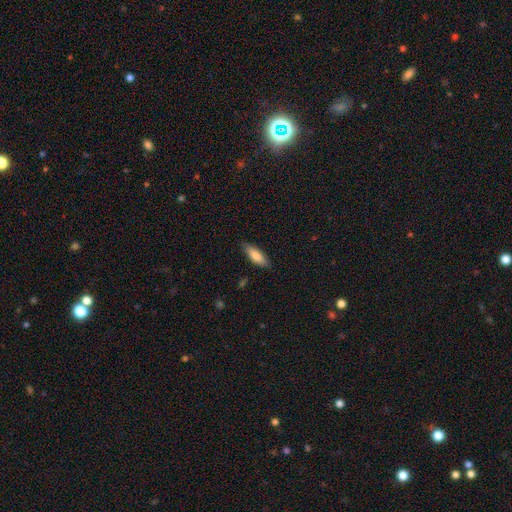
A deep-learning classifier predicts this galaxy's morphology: This appears to be a smooth galaxy with no disk features (80%) that is in between round and cigar-shaped (60%). Merging: none (84%).